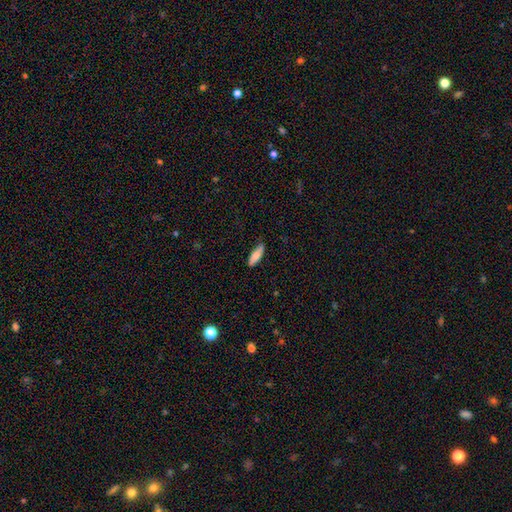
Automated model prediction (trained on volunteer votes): This appears to be a smooth galaxy with no disk features (79%) that is cigar-shaped (50%). Merging: none (80%).